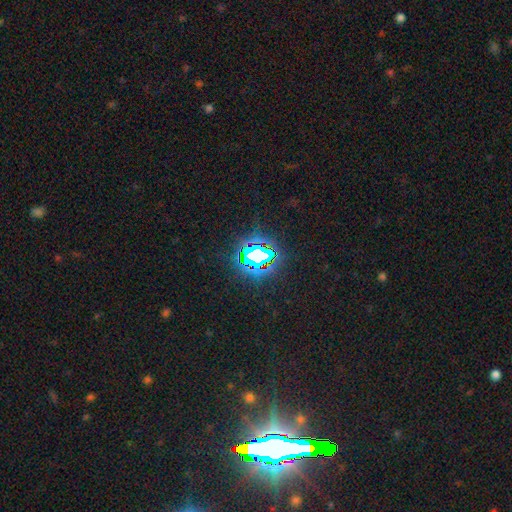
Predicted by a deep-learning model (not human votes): This appears to be a star or artifact, not a galaxy (74%).